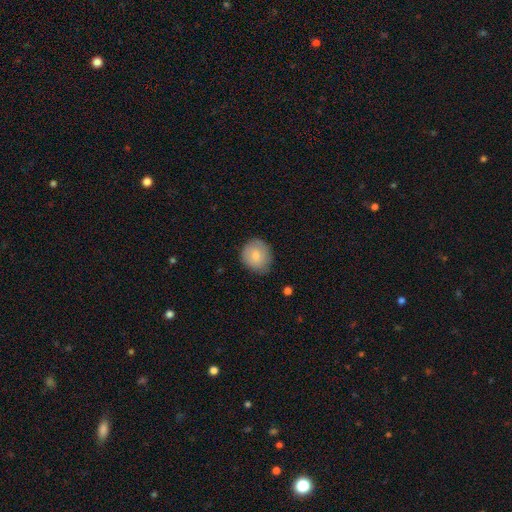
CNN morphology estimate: A smooth galaxy with no disk features (78%) that is round (75%).

Vote fractions:
- Smooth or featured? smooth: 78% / featured or disk: 15% / star or artifact: 7%
- How rounded? round: 75% / in between: 24% / cigar-shaped: 1%
- Merging? none: 75% / minor disturbance: 20% / major disturbance: 4% / merger: 1%